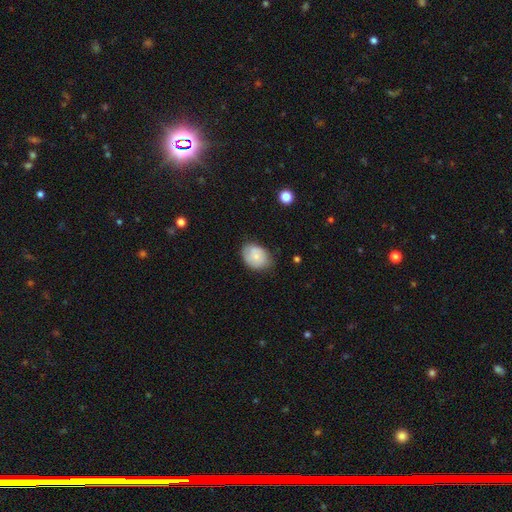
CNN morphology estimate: smooth 71%, featured or disk 22%, star or artifact 7%. Down the decision tree: how rounded — in between (67%); merging — none (67%).